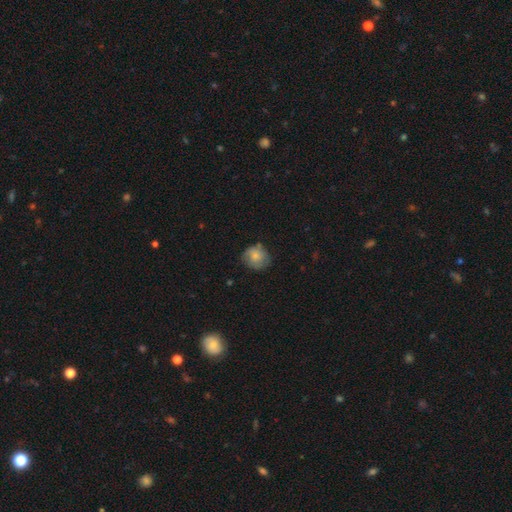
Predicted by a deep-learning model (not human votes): Smooth or featured: smooth — 70% (featured or disk — 23%)
How rounded: round — 79% (in between — 21%)
Merging: none — 67% (minor disturbance — 25%)